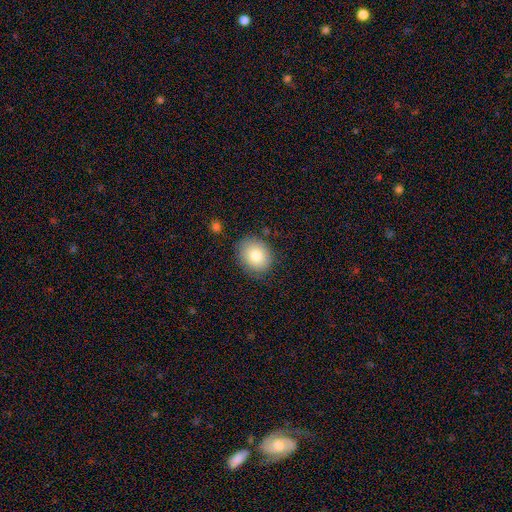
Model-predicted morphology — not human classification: This appears to be a smooth galaxy with no disk features (80%) that is round (63%). Merging: none (82%).